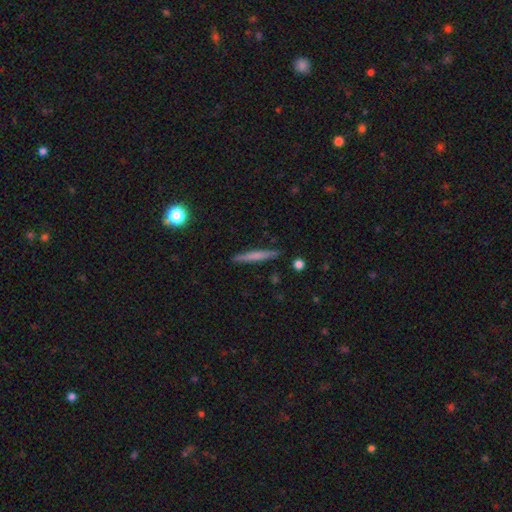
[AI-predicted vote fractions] This appears to be a smooth galaxy with no disk features (62%) that is cigar-shaped (95%). Merging: none (90%).